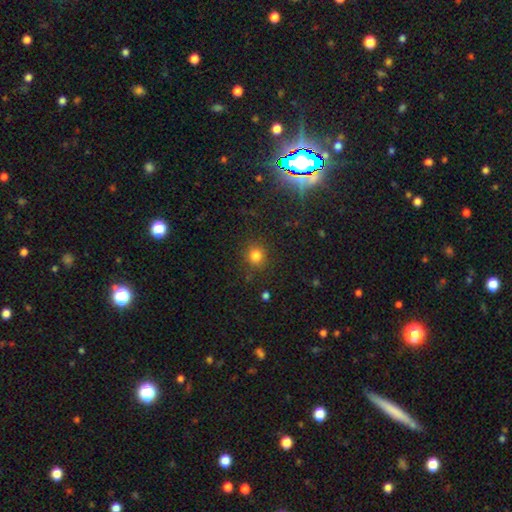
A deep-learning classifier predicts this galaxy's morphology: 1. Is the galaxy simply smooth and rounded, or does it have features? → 80% smooth, 15% star or artifact, 6% featured or disk.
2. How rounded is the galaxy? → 89% round, 10% in between, 1% cigar-shaped.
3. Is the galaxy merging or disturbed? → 86% none, 9% minor disturbance, 3% major disturbance, 2% merger.